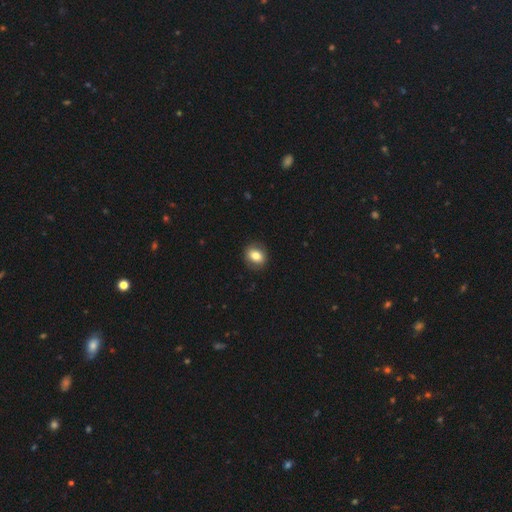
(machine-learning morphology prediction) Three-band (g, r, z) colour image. It shows a smooth galaxy with no disk features (78%) that is round (55%). Merging: none (87%).